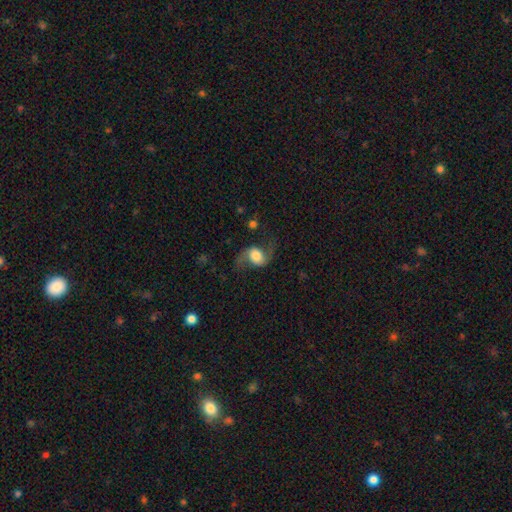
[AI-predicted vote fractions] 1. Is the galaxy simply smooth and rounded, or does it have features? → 72% featured or disk, 20% smooth, 8% star or artifact.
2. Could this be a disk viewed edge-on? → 97% no, 3% yes.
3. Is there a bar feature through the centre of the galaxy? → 51% no, 34% weak, 14% strong.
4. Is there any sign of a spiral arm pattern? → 94% yes, 6% no.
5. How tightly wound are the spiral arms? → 77% loose, 19% medium, 4% tight.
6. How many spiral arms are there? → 93% 2, 3% 1, 2% can't tell, 1% 3, 1% 4, 1% more than 4.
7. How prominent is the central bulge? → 41% moderate, 33% large, 13% small, 10% dominant, 3% none.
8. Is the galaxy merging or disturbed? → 69% none, 16% minor disturbance, 14% major disturbance, 2% merger.